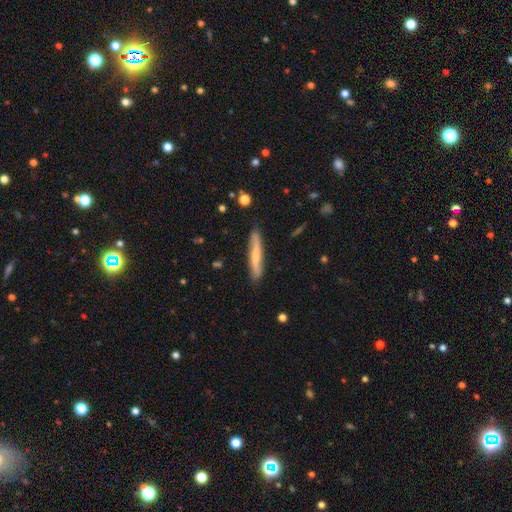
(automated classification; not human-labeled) A smooth galaxy with no disk features (52%) that is cigar-shaped (92%).

Vote fractions:
- Smooth or featured? smooth: 52% / featured or disk: 42% / star or artifact: 5%
- How rounded? cigar-shaped: 92% / in between: 6% / round: 1%
- Merging? none: 85% / minor disturbance: 11% / major disturbance: 2% / merger: 1%